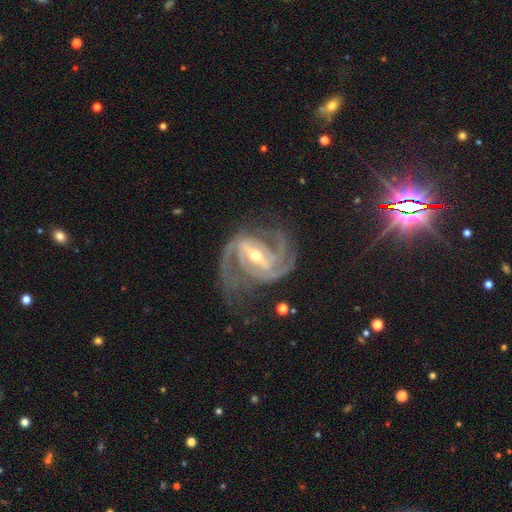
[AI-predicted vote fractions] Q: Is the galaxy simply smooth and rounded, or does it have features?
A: featured or disk — 92%.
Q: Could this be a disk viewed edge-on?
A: no — 97%.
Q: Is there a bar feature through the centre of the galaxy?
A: strong — 63%.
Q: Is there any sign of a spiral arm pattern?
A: yes — 98%.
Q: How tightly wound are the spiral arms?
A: medium — 50%.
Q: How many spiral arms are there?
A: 2 — 39%.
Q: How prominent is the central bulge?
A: small — 49%.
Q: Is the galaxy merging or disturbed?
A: none — 63%.